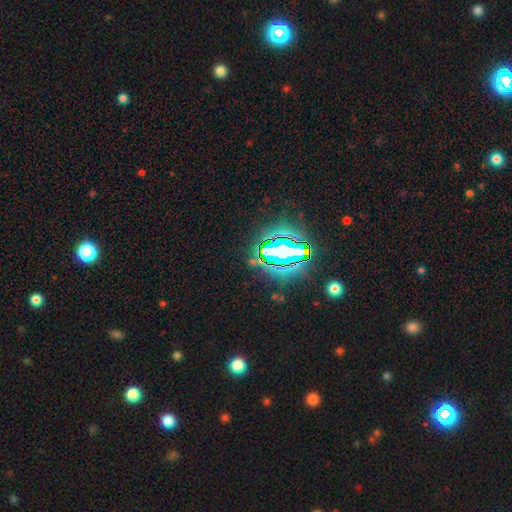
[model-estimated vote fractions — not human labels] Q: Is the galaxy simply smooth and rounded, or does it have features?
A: star or artifact — 79%.